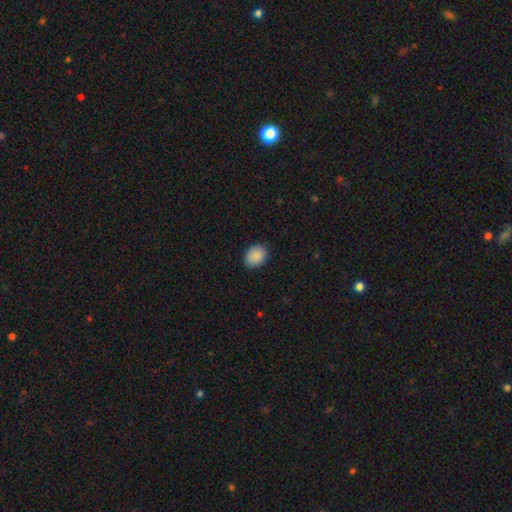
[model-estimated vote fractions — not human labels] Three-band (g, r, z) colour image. It shows a smooth galaxy with no disk features (90%) that is in between round and cigar-shaped (62%). Merging: none (88%).